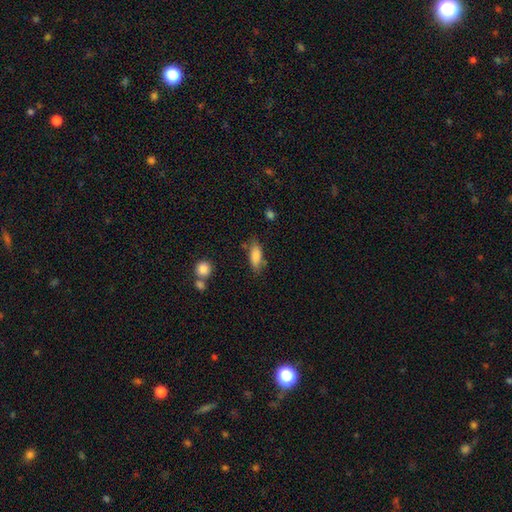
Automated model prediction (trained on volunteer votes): smooth 83%, featured or disk 9%, star or artifact 7%. Down the decision tree: how rounded — in between (76%); merging — none (69%).